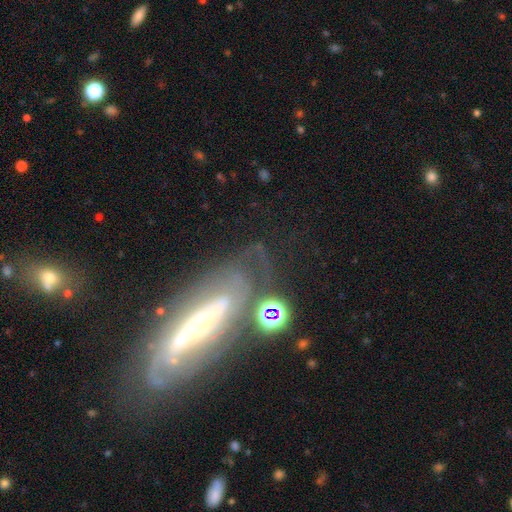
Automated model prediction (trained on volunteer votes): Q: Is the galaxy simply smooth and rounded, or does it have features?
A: featured or disk — 80%.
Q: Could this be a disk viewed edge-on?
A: no — 73%.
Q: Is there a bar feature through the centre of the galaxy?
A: no — 38%.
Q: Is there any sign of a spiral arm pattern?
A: yes — 82%.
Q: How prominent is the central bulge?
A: small — 61%.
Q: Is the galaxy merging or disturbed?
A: none — 62%.